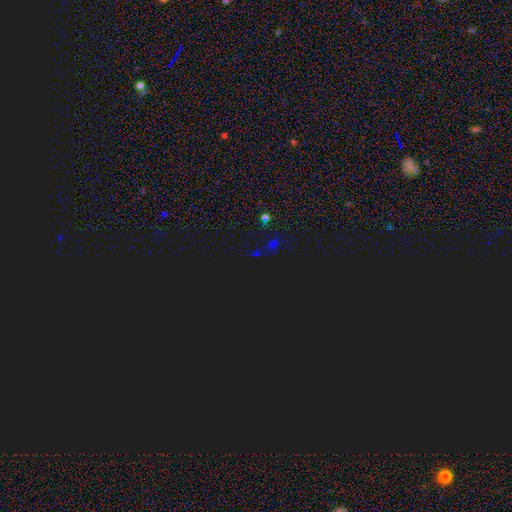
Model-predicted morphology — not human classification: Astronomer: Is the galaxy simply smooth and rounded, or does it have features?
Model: star or artifact — 74%.